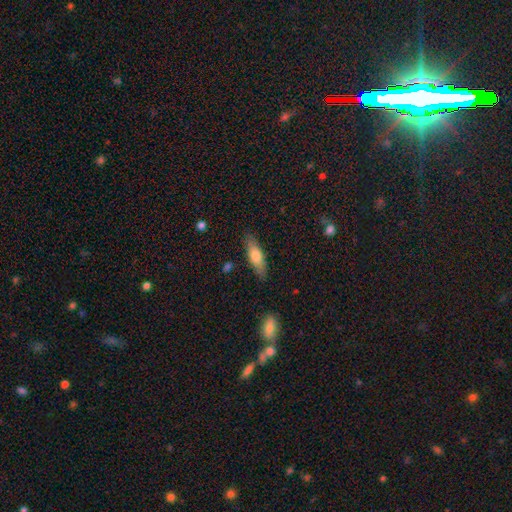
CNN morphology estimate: smooth 67%, featured or disk 27%, star or artifact 6%. Down the decision tree: how rounded — cigar-shaped (54%); merging — none (85%).